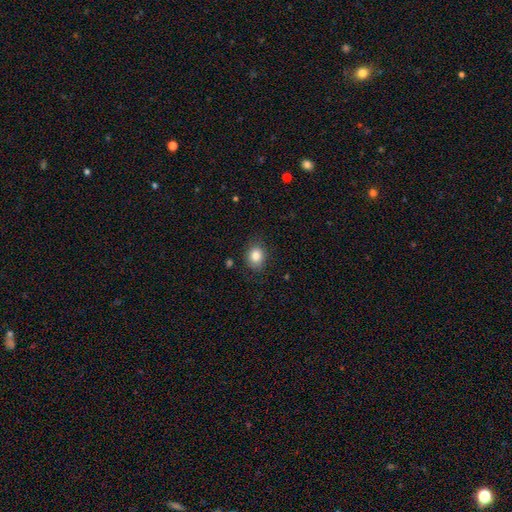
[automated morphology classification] smooth 84%, star or artifact 10%, featured or disk 7%. Down the decision tree: how rounded — round (56%); merging — none (81%).